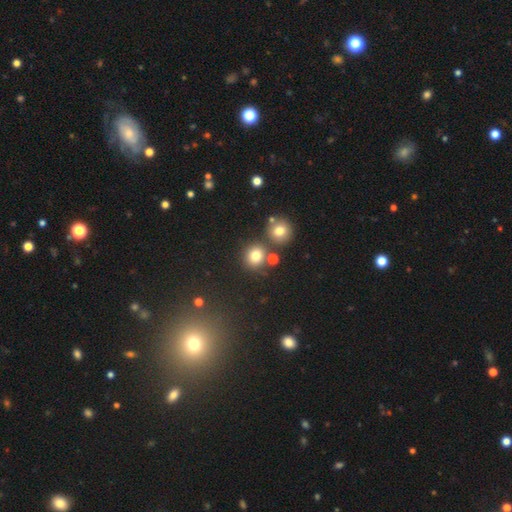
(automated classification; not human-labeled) smooth 77%, star or artifact 16%, featured or disk 8%. Down the decision tree: how rounded — round (86%); merging — none (74%).